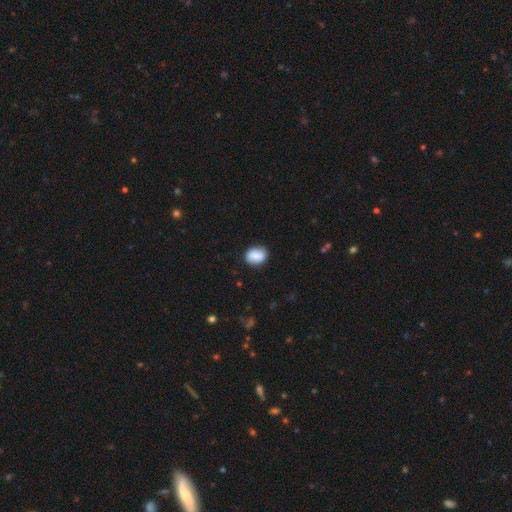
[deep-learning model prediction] smooth_or_featured: smooth (p=0.80) [alt: featured or disk p=0.13]
how_rounded: in between (p=0.61) [alt: round p=0.38]
merging: none (p=0.82) [alt: minor disturbance p=0.13]